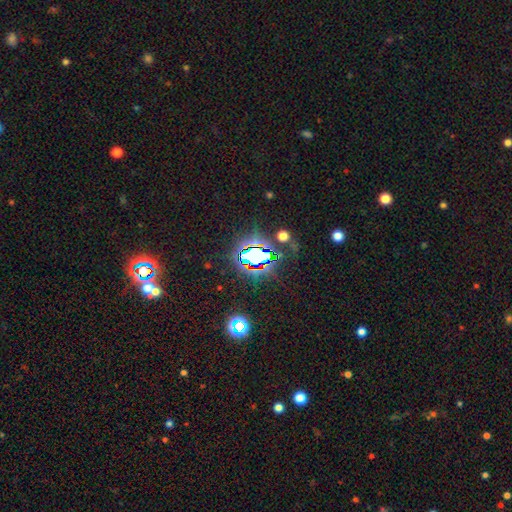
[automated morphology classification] Smooth or featured: star or artifact — 68% (smooth — 20%)